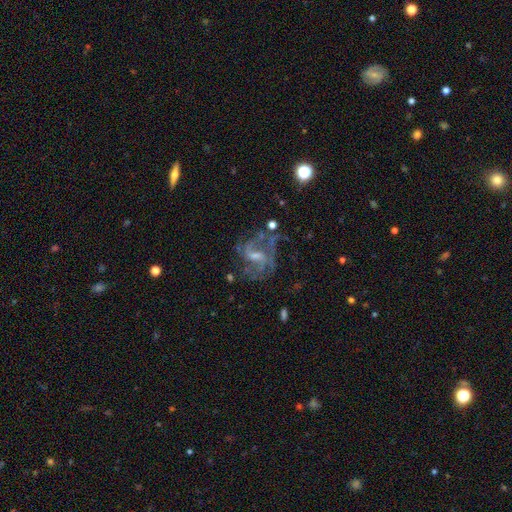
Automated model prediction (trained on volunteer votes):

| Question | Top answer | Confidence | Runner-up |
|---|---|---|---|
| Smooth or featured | featured or disk | 80% | star or artifact (12%) |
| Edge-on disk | no | 97% | yes (3%) |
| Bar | weak | 54% | no (27%) |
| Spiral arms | yes | 88% | no (12%) |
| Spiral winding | medium | 48% | loose (30%) |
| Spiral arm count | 2 | 36% | can't tell (24%) |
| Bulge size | small | 45% | moderate (36%) |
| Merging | none | 55% | major disturbance (22%) |